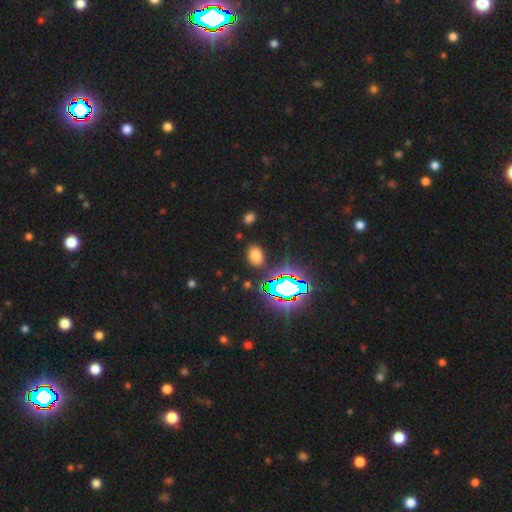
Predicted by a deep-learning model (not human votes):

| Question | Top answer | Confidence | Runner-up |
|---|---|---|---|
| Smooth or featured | smooth | 67% | star or artifact (26%) |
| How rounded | in between | 74% | round (25%) |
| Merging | none | 85% | minor disturbance (9%) |